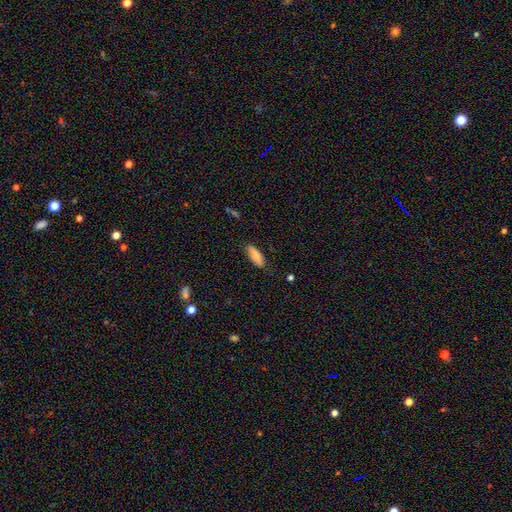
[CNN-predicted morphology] Smooth or featured? smooth (81%)
How rounded? in between (74%)
Merging? none (79%)